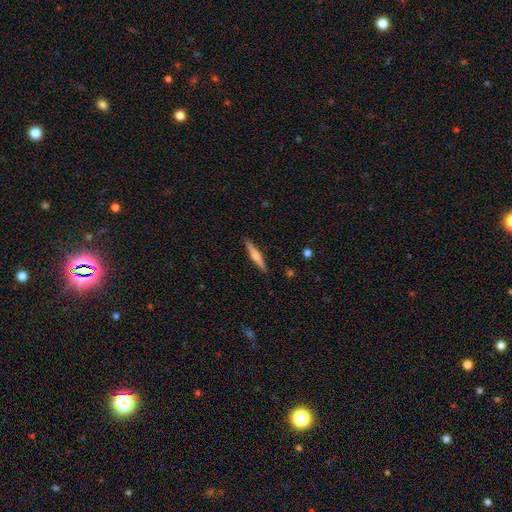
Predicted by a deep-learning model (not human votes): Morphology: type=featured or disk (50%); merging=none (91%).